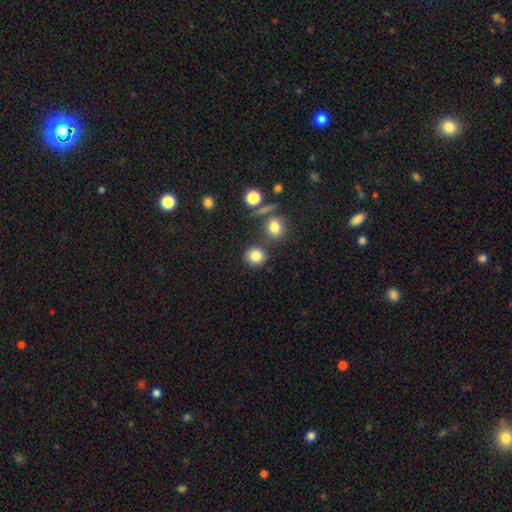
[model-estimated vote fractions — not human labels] Smooth or featured: smooth — 81% (star or artifact — 12%)
How rounded: round — 80% (in between — 19%)
Merging: none — 77% (minor disturbance — 10%)